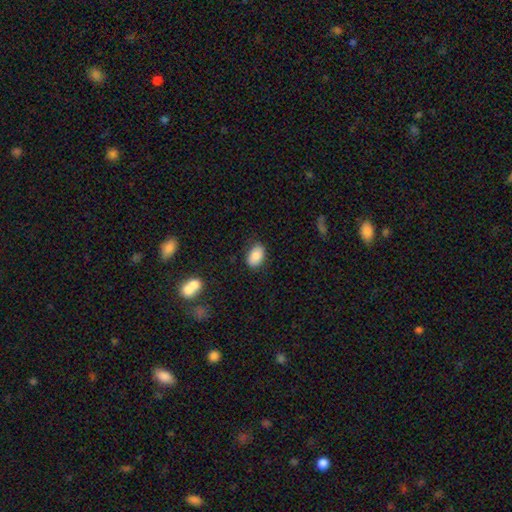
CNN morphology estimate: This is clearly a smooth galaxy (87%). How rounded: clearly in between (89%). Merging: clearly none (81%).